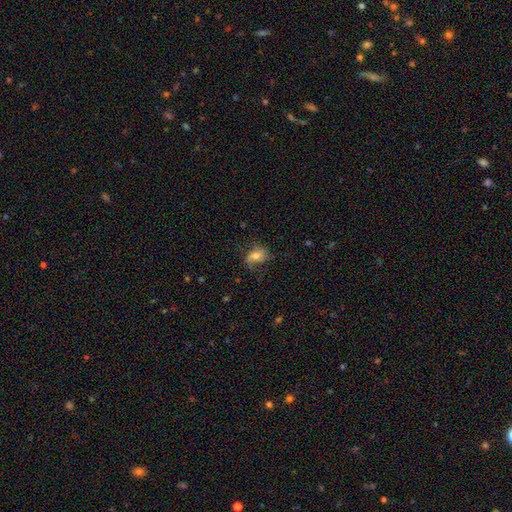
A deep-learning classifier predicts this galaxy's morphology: Smooth or featured: smooth — 49% (featured or disk — 41%)
Merging: none — 57% (minor disturbance — 25%)